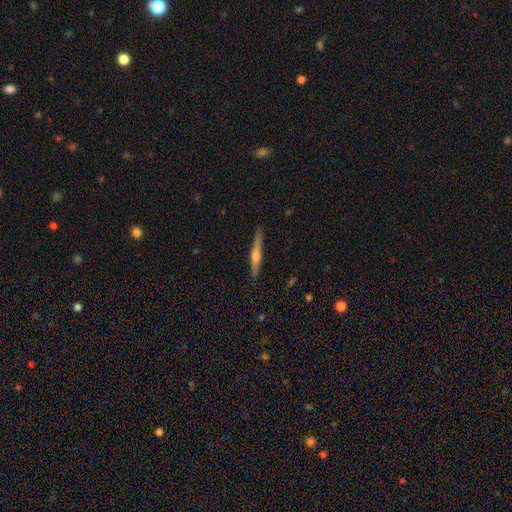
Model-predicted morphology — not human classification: This appears to be a featured or disk galaxy (65%) viewed edge-on (98%) with a rounded central bulge (85%). Merging: none (87%).